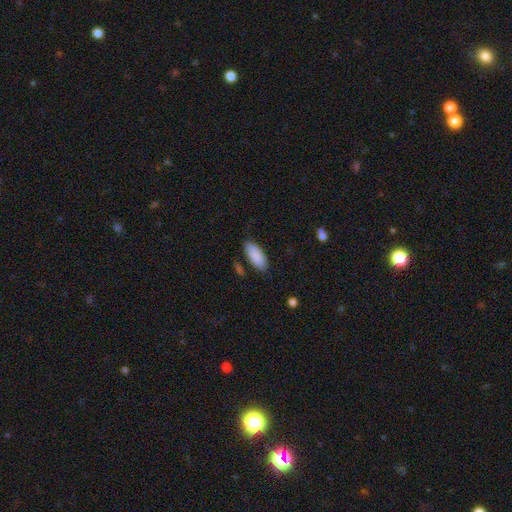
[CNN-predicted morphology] Smooth or featured? Predicted: smooth (p=0.89). How rounded? Predicted: in between (p=0.87). Merging? Predicted: none (p=0.83).